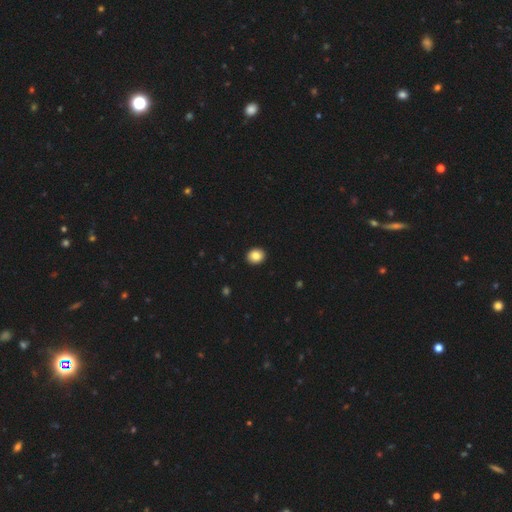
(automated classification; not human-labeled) smooth_or_featured: smooth (p=0.85) [alt: star or artifact p=0.09]
how_rounded: round (p=0.68) [alt: in between p=0.31]
merging: none (p=0.93) [alt: minor disturbance p=0.05]